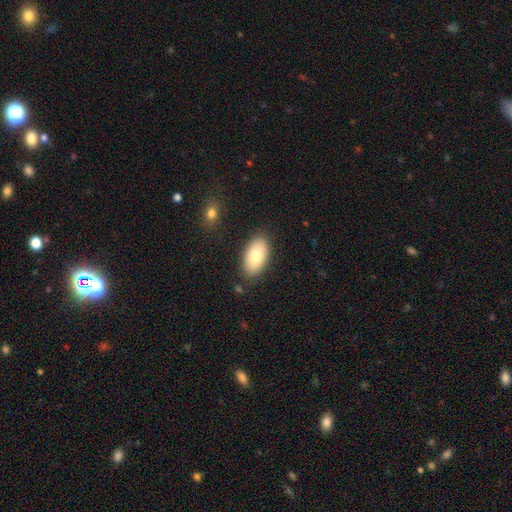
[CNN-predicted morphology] This appears to be a smooth galaxy with no disk features (79%) that is in between round and cigar-shaped (95%). Merging: none (85%).